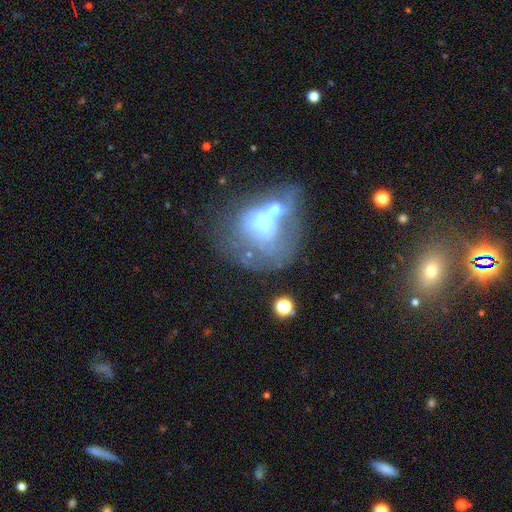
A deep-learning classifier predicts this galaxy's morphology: This appears to be a featured or disk galaxy (40%). Merging: merger (41%).